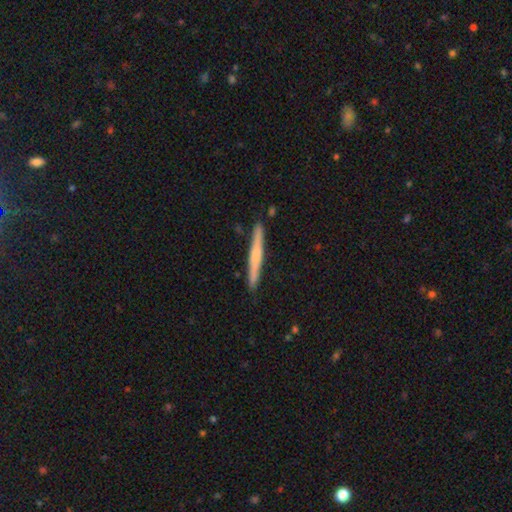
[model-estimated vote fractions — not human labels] Morphology: type=smooth (47%, tied with featured or disk); merging=none (91%).